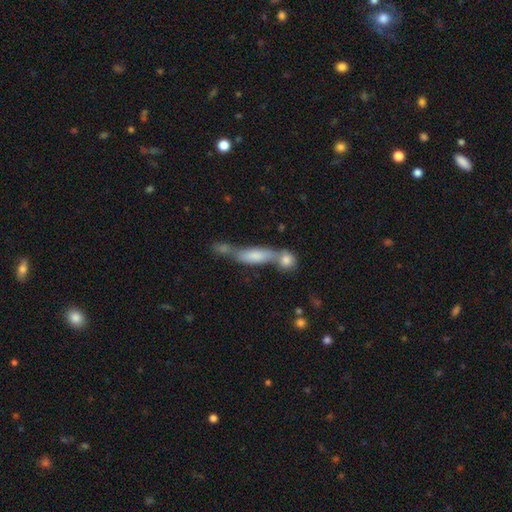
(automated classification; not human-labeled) A smooth galaxy with no disk features (65%) that is cigar-shaped (55%).

Vote fractions:
- Smooth or featured? smooth: 65% / featured or disk: 26% / star or artifact: 9%
- How rounded? cigar-shaped: 55% / in between: 41% / round: 4%
- Merging? merger: 54% / none: 29% / minor disturbance: 11% / major disturbance: 7%